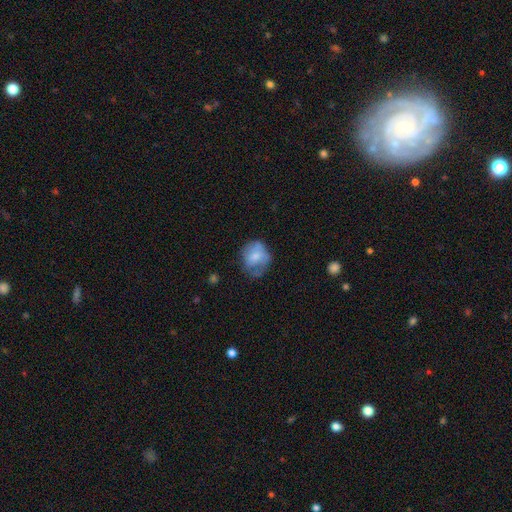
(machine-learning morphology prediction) The model was most divided on "merging": none: 45%, minor disturbance: 31%, major disturbance: 21%, merger: 2%. More confident: how rounded — round (63%); smooth or featured — smooth (62%).